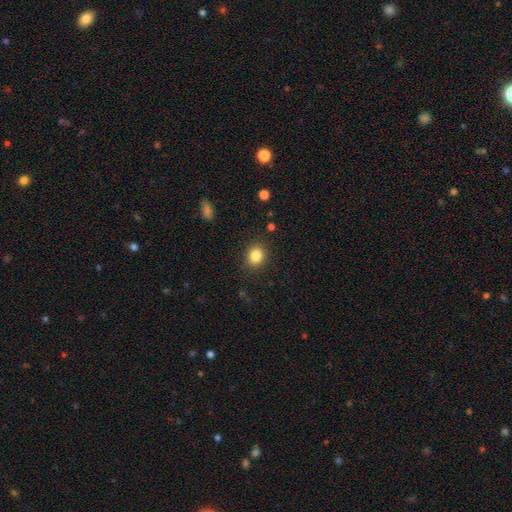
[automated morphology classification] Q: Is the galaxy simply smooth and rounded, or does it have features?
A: smooth — 84%.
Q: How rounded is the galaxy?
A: round — 66%.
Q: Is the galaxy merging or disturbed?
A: none — 88%.